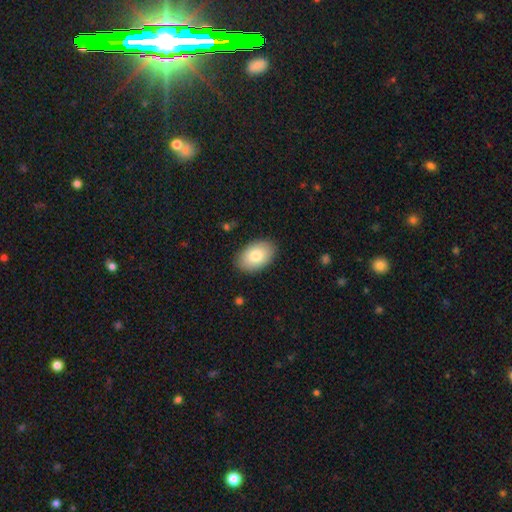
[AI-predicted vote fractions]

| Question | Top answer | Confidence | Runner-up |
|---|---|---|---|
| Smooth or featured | smooth | 82% | featured or disk (12%) |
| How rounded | in between | 92% | round (7%) |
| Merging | none | 87% | minor disturbance (9%) |